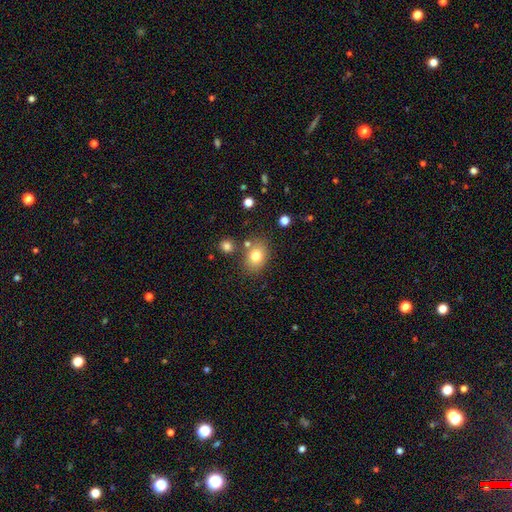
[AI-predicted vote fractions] Smooth or featured: smooth — 78% (featured or disk — 11%)
How rounded: in between — 60% (round — 39%)
Merging: none — 75% (minor disturbance — 12%)